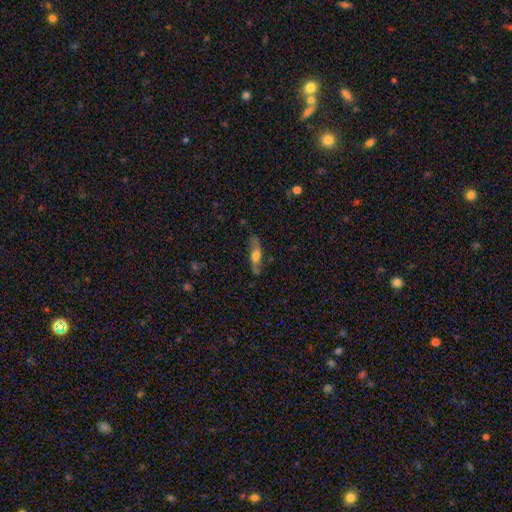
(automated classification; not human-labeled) smooth_or_featured: smooth (p=0.57) [alt: featured or disk p=0.37]
how_rounded: cigar-shaped (p=0.58) [alt: in between p=0.39]
merging: none (p=0.79) [alt: minor disturbance p=0.15]